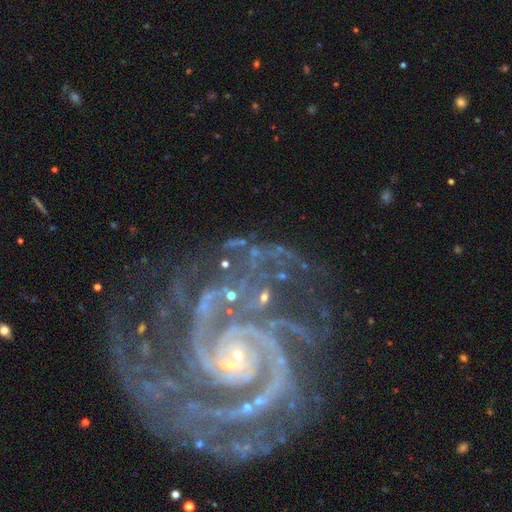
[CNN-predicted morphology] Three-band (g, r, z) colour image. It shows a featured or disk galaxy (93%) with no bar (63%), 2 (36%) tight (68%) spiral arms (99%) and a small central bulge (83%). Merging: none (63%).